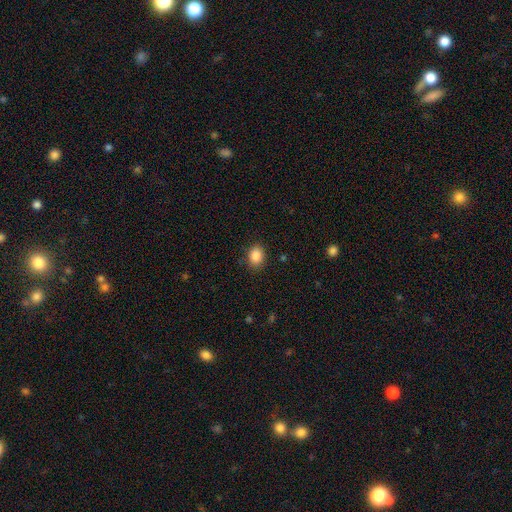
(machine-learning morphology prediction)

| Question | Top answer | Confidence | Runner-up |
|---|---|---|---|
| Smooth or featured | smooth | 88% | star or artifact (9%) |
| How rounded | in between | 59% | round (40%) |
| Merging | none | 86% | minor disturbance (10%) |